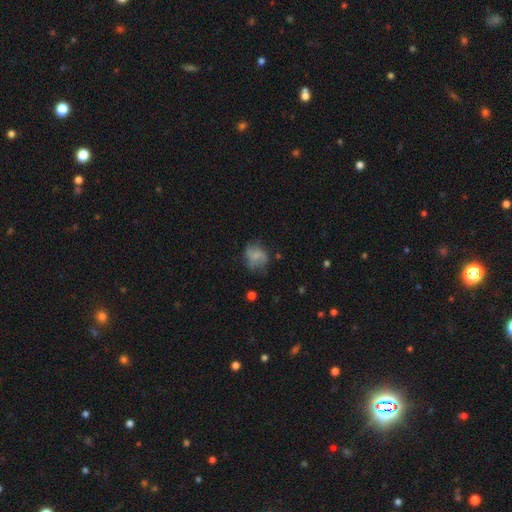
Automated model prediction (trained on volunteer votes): Morphology: type=smooth (49%); merging=none (53%).